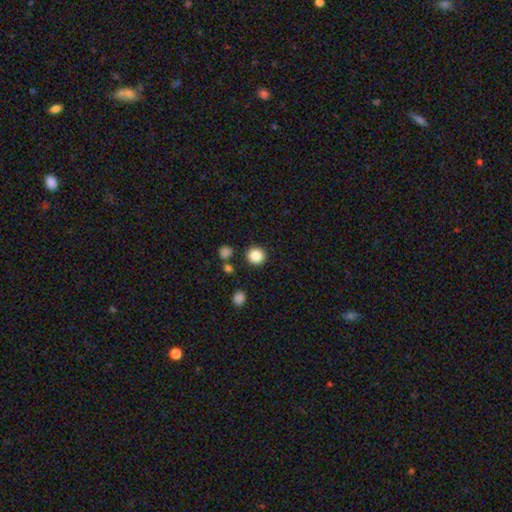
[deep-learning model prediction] A smooth galaxy with no disk features (85%) that is round (93%).

Vote fractions:
- Smooth or featured? smooth: 85% / star or artifact: 10% / featured or disk: 4%
- How rounded? round: 93% / in between: 6% / cigar-shaped: 1%
- Merging? none: 89% / minor disturbance: 6% / merger: 3% / major disturbance: 2%